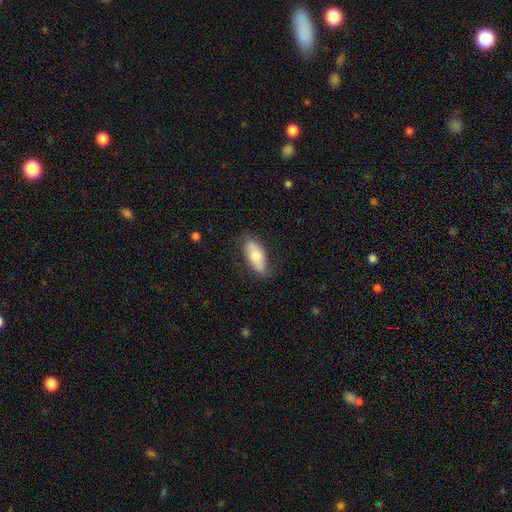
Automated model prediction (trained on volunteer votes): Overall: smooth (63%; featured or disk 31%). How rounded: in between (85%). Merging: none (74%).